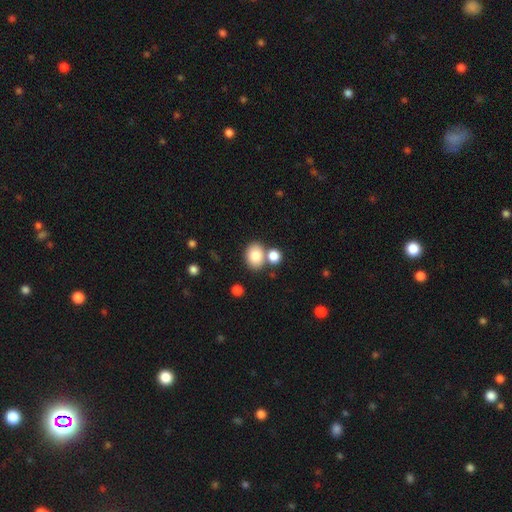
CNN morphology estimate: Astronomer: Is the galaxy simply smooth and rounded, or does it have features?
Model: smooth — 81%.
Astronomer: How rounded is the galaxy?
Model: in between — 58% (runner-up: round, 41%).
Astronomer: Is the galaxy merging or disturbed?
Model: none — 61%.